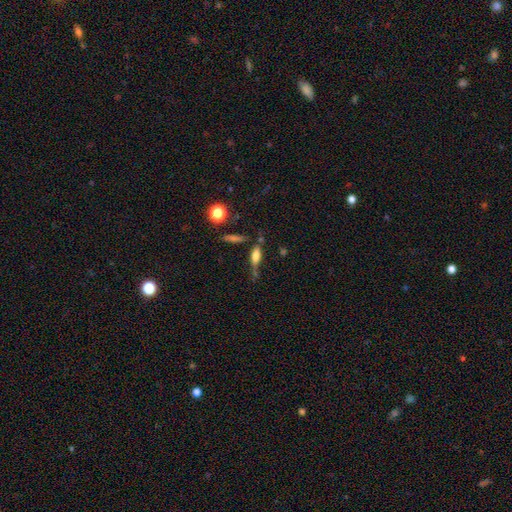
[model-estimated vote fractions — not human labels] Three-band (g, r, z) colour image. It shows a smooth galaxy with no disk features (60%) that is in between round and cigar-shaped (50%). Merging: none (56%).